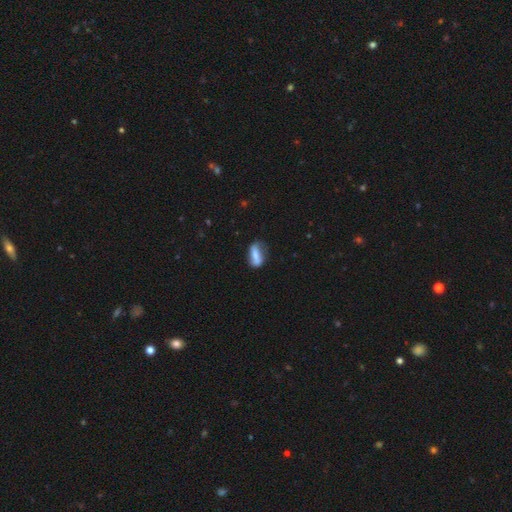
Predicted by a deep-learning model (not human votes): Smooth or featured? Predicted: smooth (p=0.60). How rounded? Predicted: in between (p=0.71). Merging? Predicted: none (p=0.57).